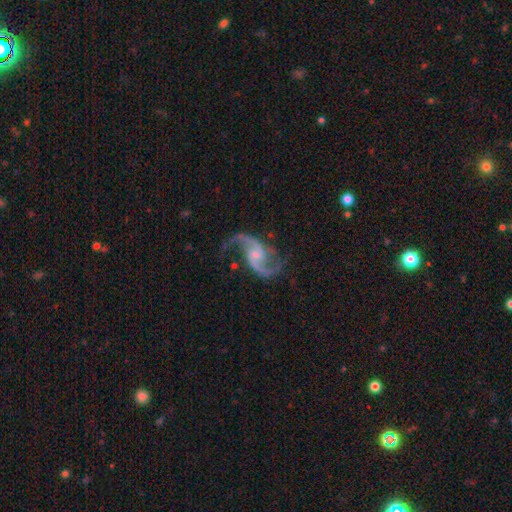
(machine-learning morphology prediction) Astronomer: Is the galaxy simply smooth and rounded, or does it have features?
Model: featured or disk — 93%.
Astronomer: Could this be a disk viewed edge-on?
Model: no — 98%.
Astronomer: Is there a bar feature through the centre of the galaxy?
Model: no — 51% (runner-up: weak, 39%).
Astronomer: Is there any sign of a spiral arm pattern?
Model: yes — 98%.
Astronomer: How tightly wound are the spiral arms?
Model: loose — 64%.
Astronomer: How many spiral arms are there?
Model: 2 — 94%.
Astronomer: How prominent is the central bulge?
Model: small — 62%.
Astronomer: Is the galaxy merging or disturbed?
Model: none — 73%.